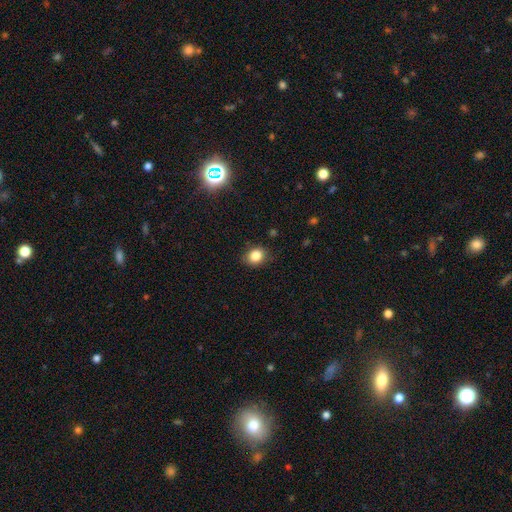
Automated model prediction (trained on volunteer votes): Morphology: type=smooth (84%); roundness=round (55%); merging=none (80%).